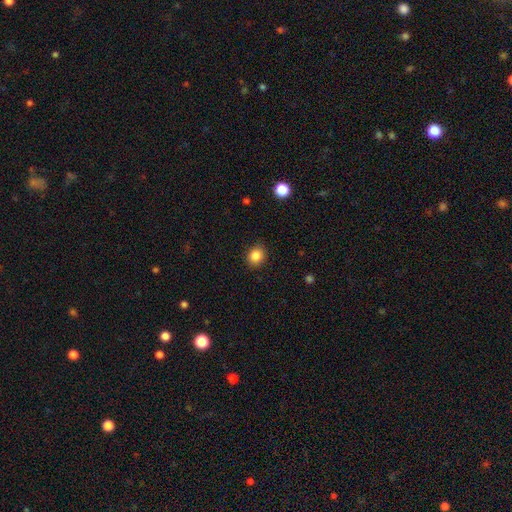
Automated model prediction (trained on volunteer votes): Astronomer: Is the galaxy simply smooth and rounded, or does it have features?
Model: smooth — 86%.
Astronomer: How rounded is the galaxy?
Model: round — 66%.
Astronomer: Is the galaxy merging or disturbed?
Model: none — 87%.